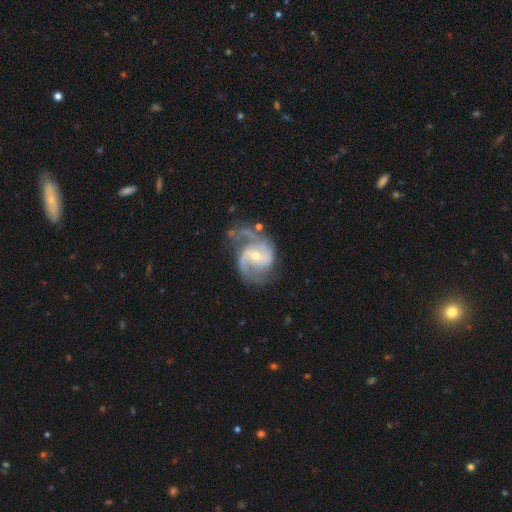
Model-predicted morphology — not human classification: Smooth or featured? Predicted: featured or disk (p=0.89). Edge-on disk? Predicted: no (p=0.98). Bar? Predicted: no (p=0.43). Spiral arms? Predicted: yes (p=0.97). Spiral winding? Predicted: medium (p=0.54). Spiral arm count? Predicted: 2 (p=0.79). Bulge size? Predicted: small (p=0.56). Merging? Predicted: none (p=0.56).